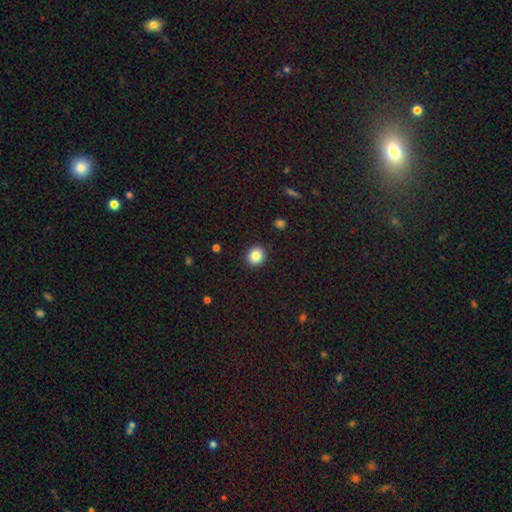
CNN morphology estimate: Smooth or featured: smooth — 85% (star or artifact — 10%)
How rounded: round — 86% (in between — 13%)
Merging: none — 92% (minor disturbance — 5%)